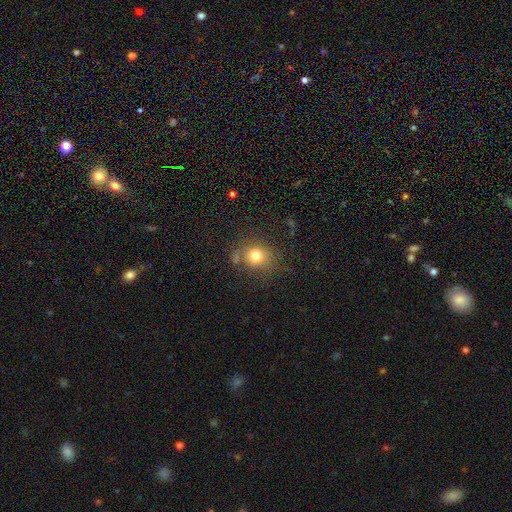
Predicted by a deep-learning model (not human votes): smooth_or_featured: smooth (p=0.77) [alt: star or artifact p=0.13]
how_rounded: round (p=0.77) [alt: in between p=0.22]
merging: none (p=0.68) [alt: minor disturbance p=0.17]